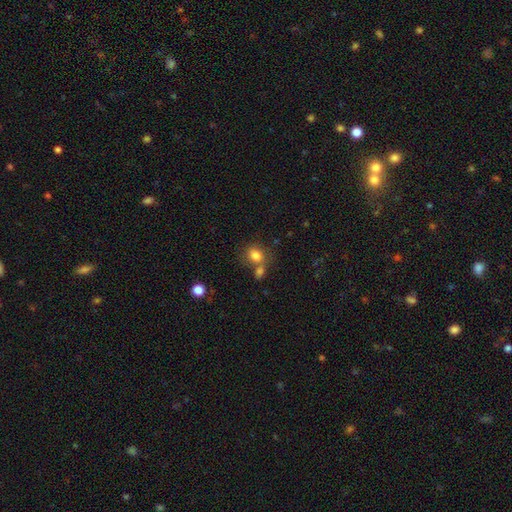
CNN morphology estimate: type=smooth (81%); roundness=round (53%); merging=none (50%).